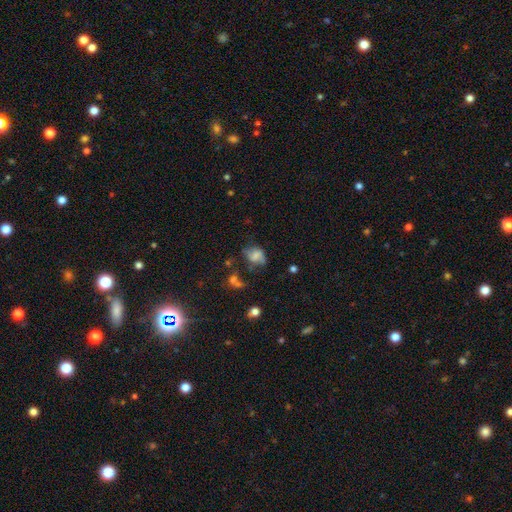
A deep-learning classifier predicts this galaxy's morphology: This appears to be a smooth galaxy with no disk features (48%). Merging: none (39%).